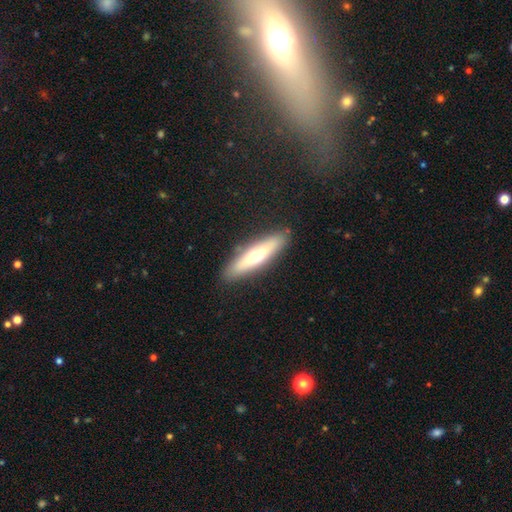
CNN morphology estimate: A smooth galaxy with no disk features (52%) that is cigar-shaped (74%). Merging: none (87%).